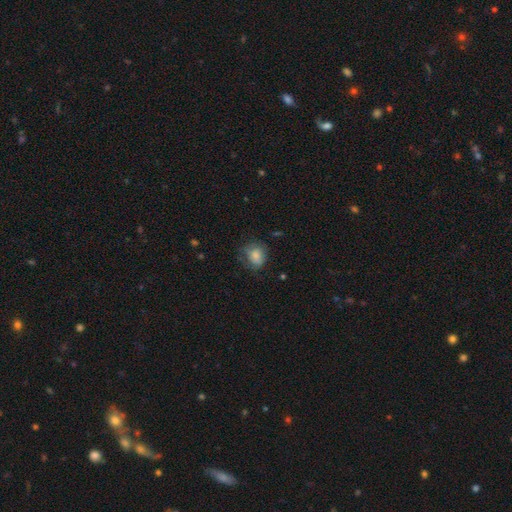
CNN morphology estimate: Smooth or featured? smooth (77%)
How rounded? round (61%)
Merging? none (57%)